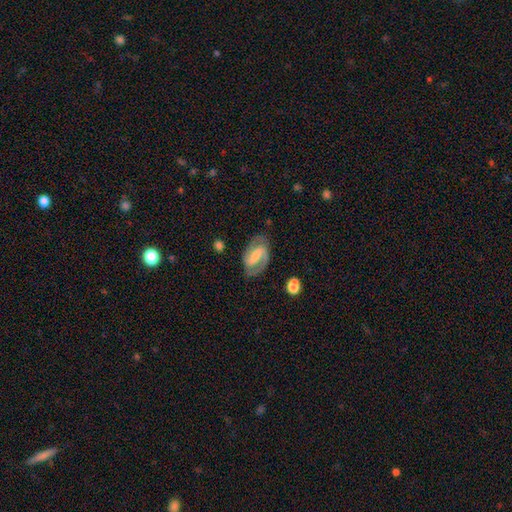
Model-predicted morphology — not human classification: featured or disk 82%, smooth 13%, star or artifact 5%. Down the decision tree: edge-on disk — no (97%); bar — strong (54%); spiral arms — yes (94%); spiral arm count — 2 (89%); spiral winding — medium (52%); bulge size — small (34%); merging — none (77%).